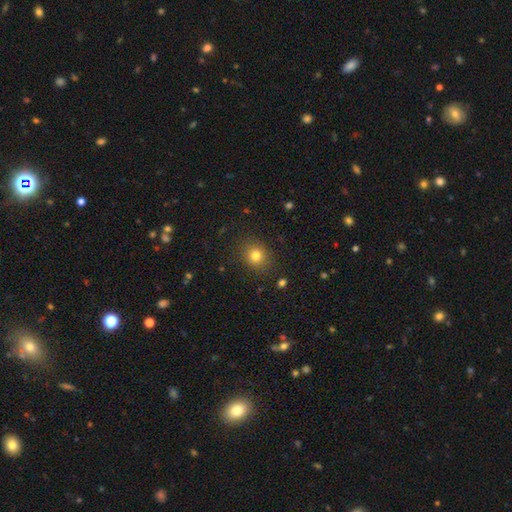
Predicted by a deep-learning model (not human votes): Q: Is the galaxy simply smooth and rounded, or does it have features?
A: smooth — 80%.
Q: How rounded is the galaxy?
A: round — 75%.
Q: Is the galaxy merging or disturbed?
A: none — 87%.